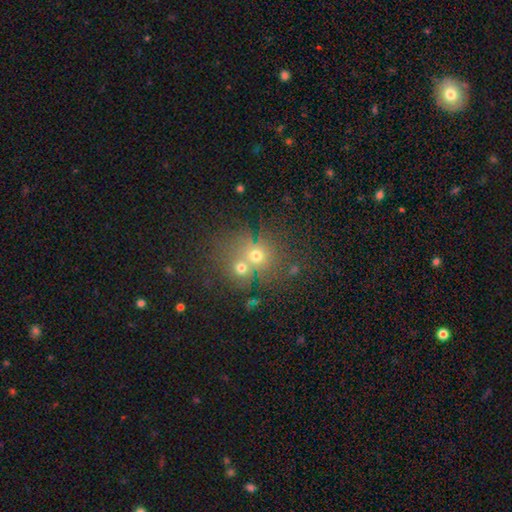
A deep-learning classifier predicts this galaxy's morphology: A smooth galaxy with no disk features (54%) that is round (78%).

Vote fractions:
- Smooth or featured? smooth: 54% / star or artifact: 28% / featured or disk: 18%
- How rounded? round: 78% / in between: 21% / cigar-shaped: 1%
- Merging? none: 47% / merger: 42% / minor disturbance: 8% / major disturbance: 4%